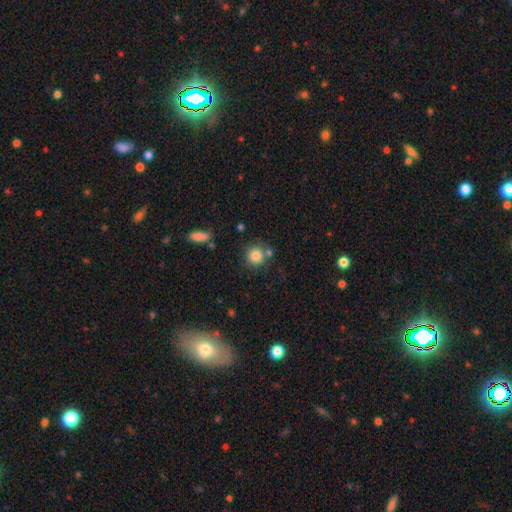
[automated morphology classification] Overall: smooth (84%). How rounded: round (90%). Merging: none (73%).